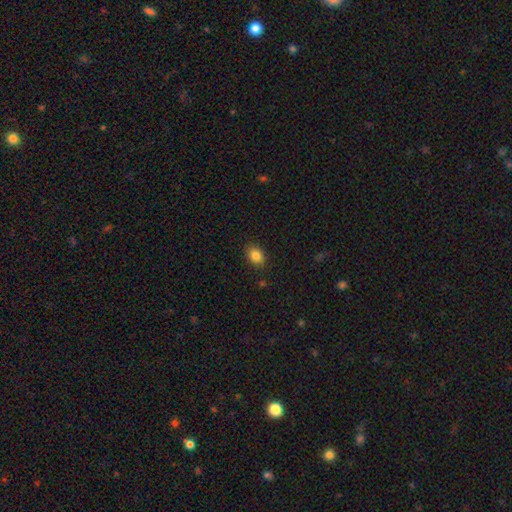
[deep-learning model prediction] Smooth or featured? smooth (84%)
How rounded? in between (62%)
Merging? none (87%)